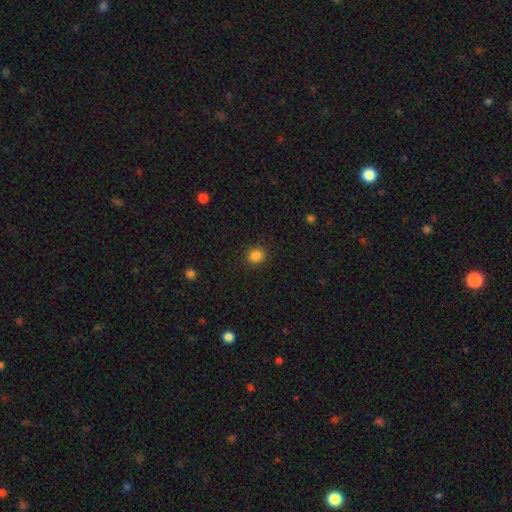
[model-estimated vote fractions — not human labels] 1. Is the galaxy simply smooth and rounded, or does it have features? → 84% smooth, 12% star or artifact, 4% featured or disk.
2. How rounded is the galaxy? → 85% round, 14% in between, 1% cigar-shaped.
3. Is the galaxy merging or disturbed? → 90% none, 7% minor disturbance, 2% major disturbance, 1% merger.